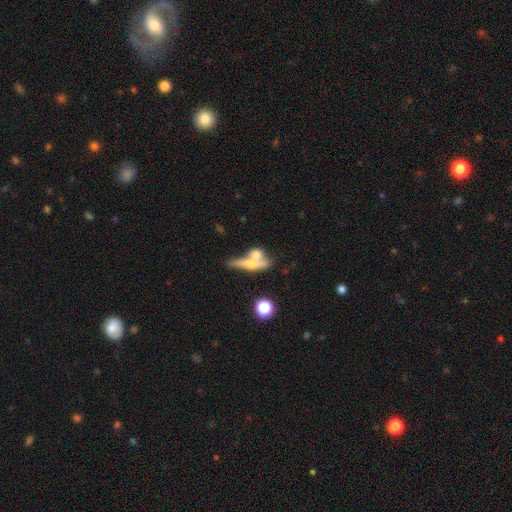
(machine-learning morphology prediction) This is possibly a featured or disk galaxy (49%). Merging: marginally merger (44%).